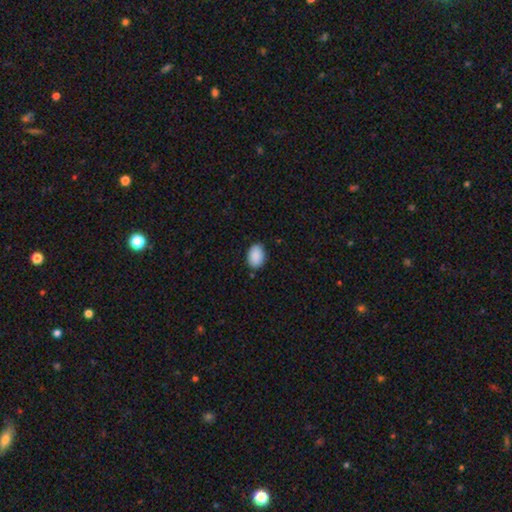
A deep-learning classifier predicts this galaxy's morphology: The model was most divided on "how rounded": in between: 82%, round: 17%, cigar-shaped: 1%. More confident: smooth or featured — smooth (90%); merging — none (84%).